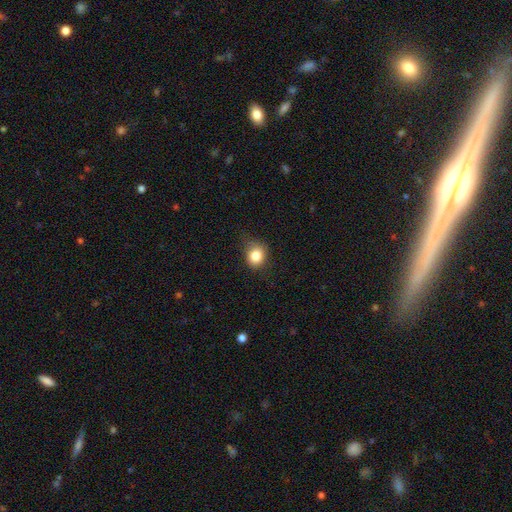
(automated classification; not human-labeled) Smooth or featured: smooth — 82% (star or artifact — 11%)
How rounded: round — 72% (in between — 27%)
Merging: none — 71% (minor disturbance — 23%)